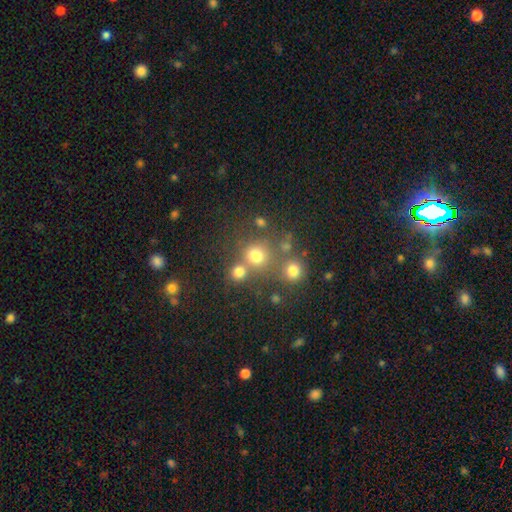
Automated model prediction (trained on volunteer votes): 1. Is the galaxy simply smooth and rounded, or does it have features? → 74% smooth, 18% star or artifact, 8% featured or disk.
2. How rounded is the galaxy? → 87% round, 12% in between, 1% cigar-shaped.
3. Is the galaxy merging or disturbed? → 60% none, 27% merger, 8% minor disturbance, 5% major disturbance.